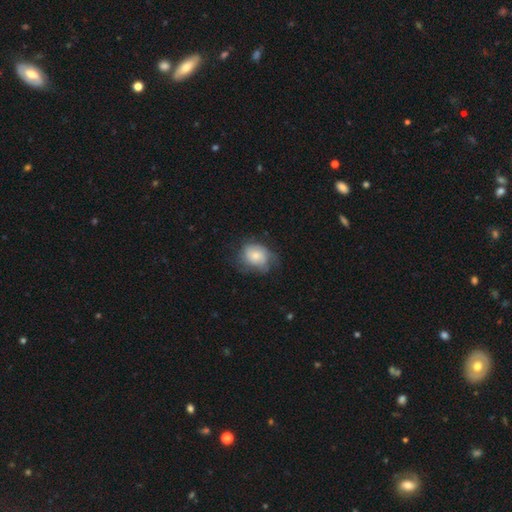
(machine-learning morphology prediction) A smooth galaxy with no disk features (58%) that is in between round and cigar-shaped (52%). Merging: none (53%).